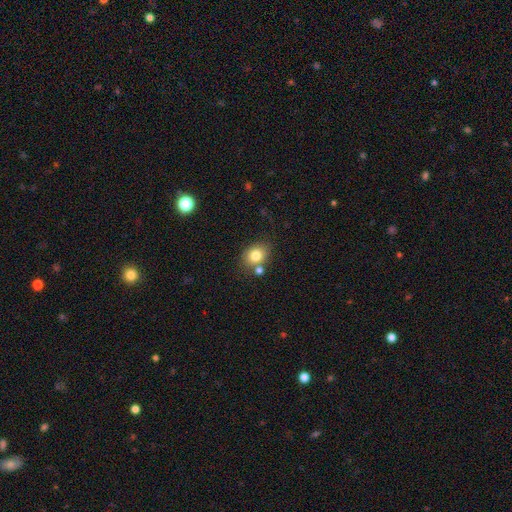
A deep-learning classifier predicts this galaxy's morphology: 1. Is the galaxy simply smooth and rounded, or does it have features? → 80% smooth, 10% star or artifact, 10% featured or disk.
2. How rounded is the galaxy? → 56% round, 43% in between, 1% cigar-shaped.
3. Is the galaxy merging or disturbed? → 69% none, 14% merger, 13% minor disturbance, 4% major disturbance.